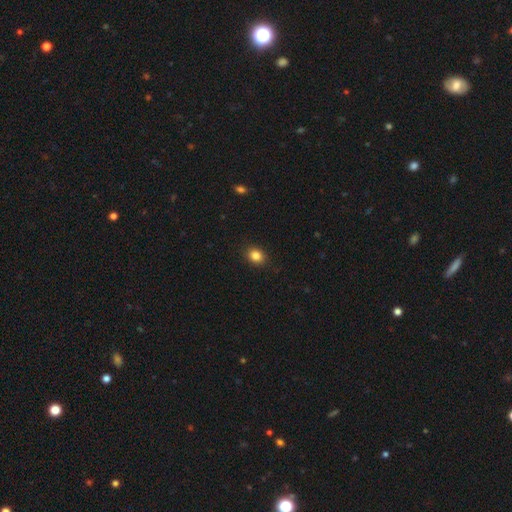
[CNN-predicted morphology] smooth-or-featured: smooth: 85% | star or artifact: 11% | featured or disk: 5%
  how-rounded: round: 53% | in between: 46% | cigar-shaped: 1%
  merging: none: 89% | minor disturbance: 8% | major disturbance: 2% | merger: 1%